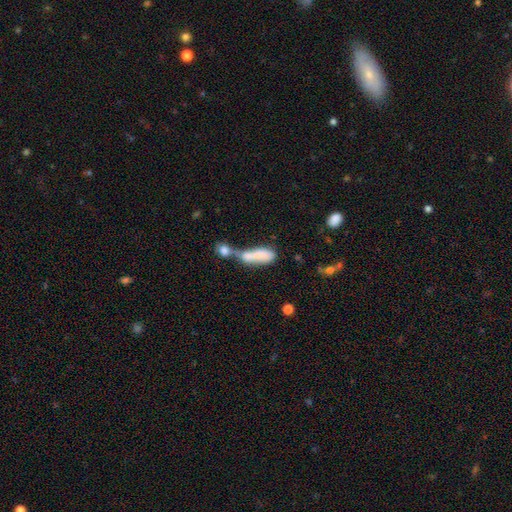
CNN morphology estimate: This is likely a smooth galaxy (68%). How rounded: possibly in between (51%). Merging: likely merger (63%).